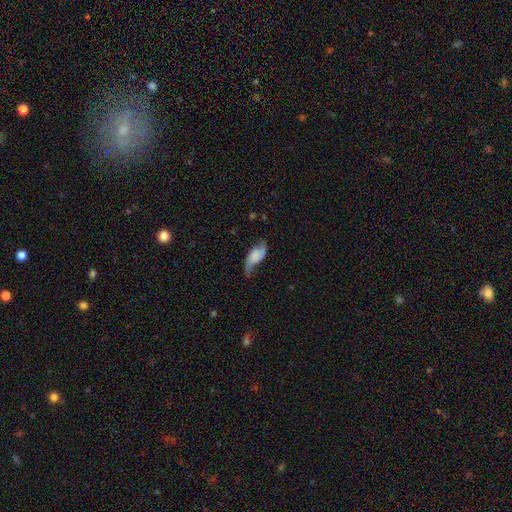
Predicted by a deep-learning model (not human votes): Smooth or featured? featured or disk (69%)
Edge-on disk? no (93%)
Bar? no (63%)
Spiral arms? yes (92%)
Spiral winding? loose (68%)
Spiral arm count? 2 (89%)
Bulge size? none (51%)
Merging? none (57%)